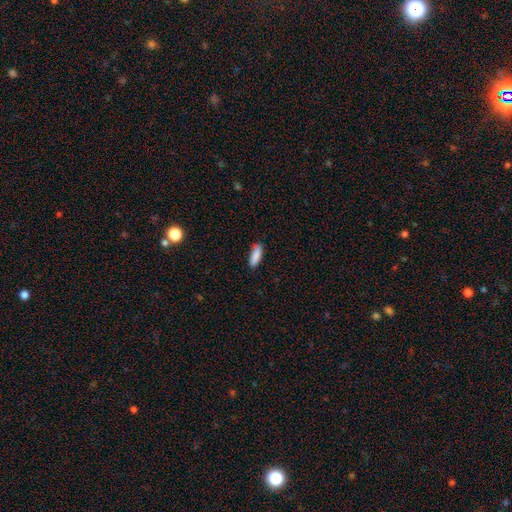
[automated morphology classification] smooth-or-featured: smooth: 89% | star or artifact: 7% | featured or disk: 5%
  how-rounded: in between: 58% | cigar-shaped: 41% | round: 2%
  merging: none: 85% | minor disturbance: 11% | major disturbance: 2% | merger: 1%